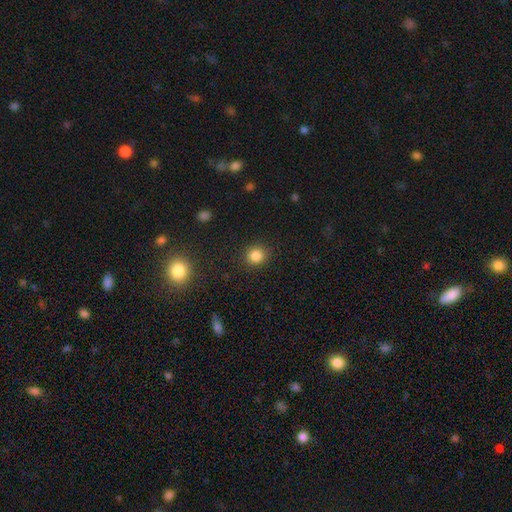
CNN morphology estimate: Smooth or featured: smooth — 84% (star or artifact — 11%)
How rounded: round — 87% (in between — 13%)
Merging: none — 90% (minor disturbance — 6%)